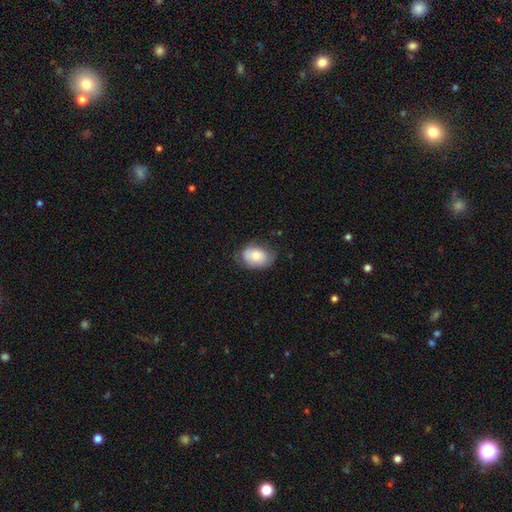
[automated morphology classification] Smooth or featured? smooth (71%)
How rounded? in between (76%)
Merging? none (62%)